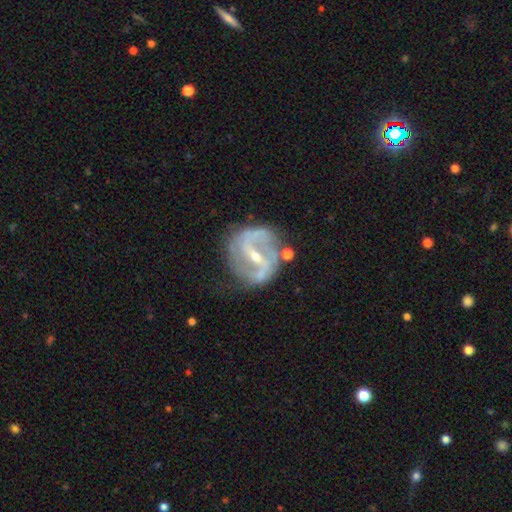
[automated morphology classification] Smooth or featured? featured or disk (87%)
Edge-on disk? no (96%)
Bar? strong (63%)
Spiral arms? yes (90%)
Spiral winding? medium (47%)
Spiral arm count? 2 (82%)
Bulge size? small (60%)
Merging? none (65%)